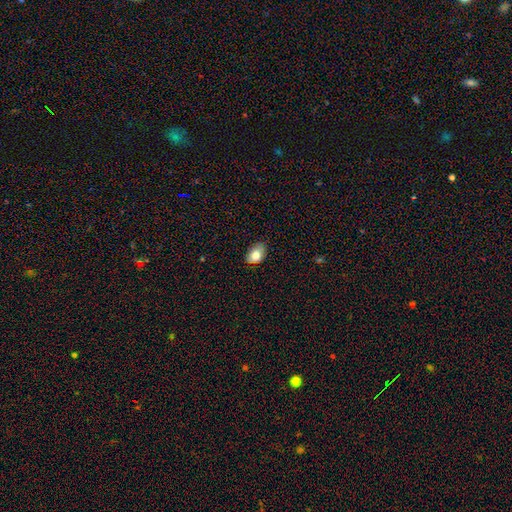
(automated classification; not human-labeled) A smooth galaxy with no disk features (78%) that is in between round and cigar-shaped (85%). Merging: none (78%).